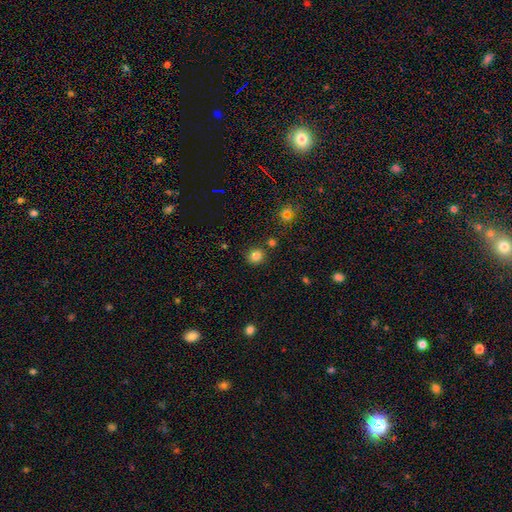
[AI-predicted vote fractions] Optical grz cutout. It shows a smooth galaxy with no disk features (82%) that is round (89%). Merging: none (84%).